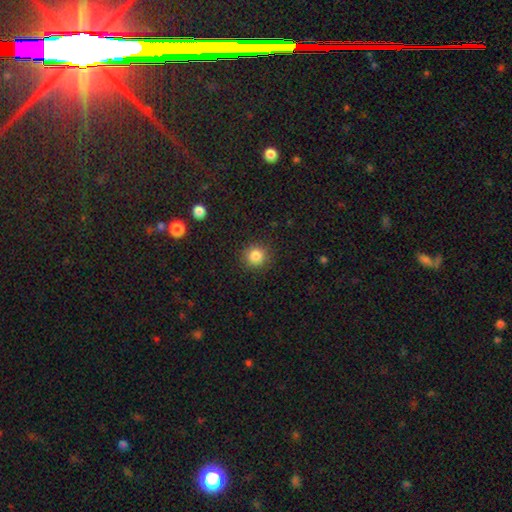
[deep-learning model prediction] Smooth or featured? smooth (85%)
How rounded? round (93%)
Merging? none (90%)